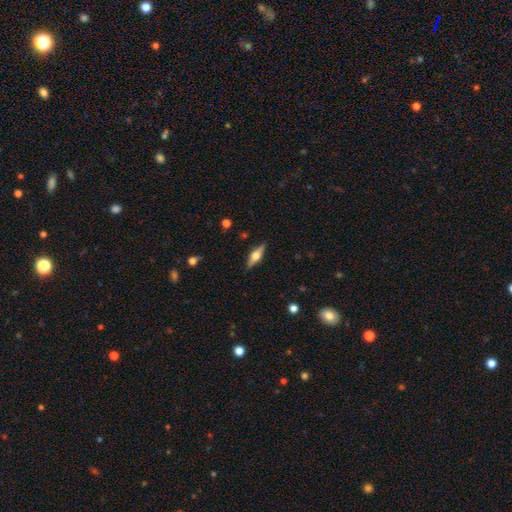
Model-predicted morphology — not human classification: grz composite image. It shows a featured or disk galaxy (60%) viewed edge-on (94%) with a rounded central bulge (92%). Merging: none (87%).